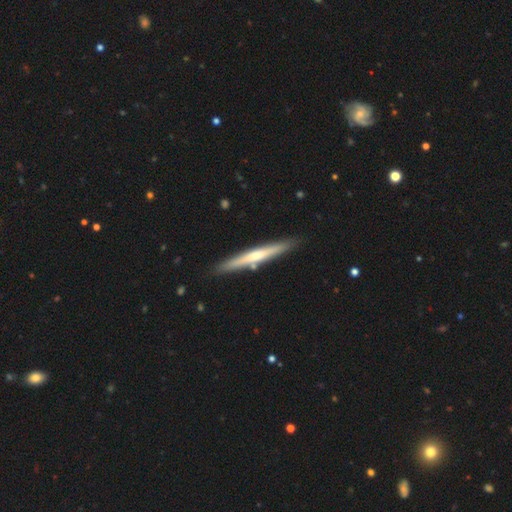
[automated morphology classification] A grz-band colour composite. It shows a featured or disk galaxy (51%) viewed edge-on (96%). Merging: none (86%).